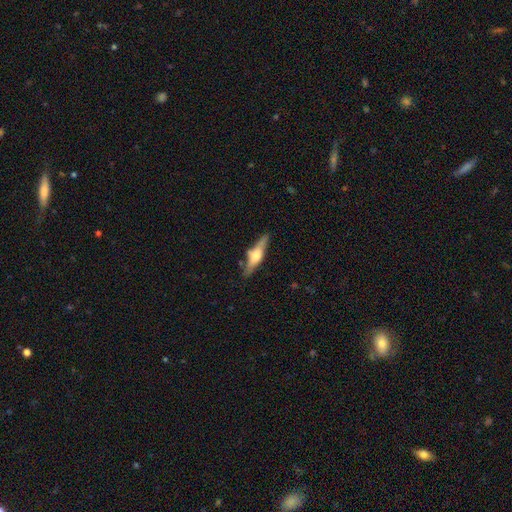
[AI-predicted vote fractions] Smooth or featured?
  - featured or disk: 61% *
  - smooth: 33%
  - star or artifact: 6%
Edge-on disk?
  - yes: 95% *
  - no: 5%
Edge-on bulge?
  - rounded: 89% *
  - boxy: 8%
  - none: 3%
Merging?
  - none: 82% *
  - minor disturbance: 12%
  - major disturbance: 3%
  - merger: 3%